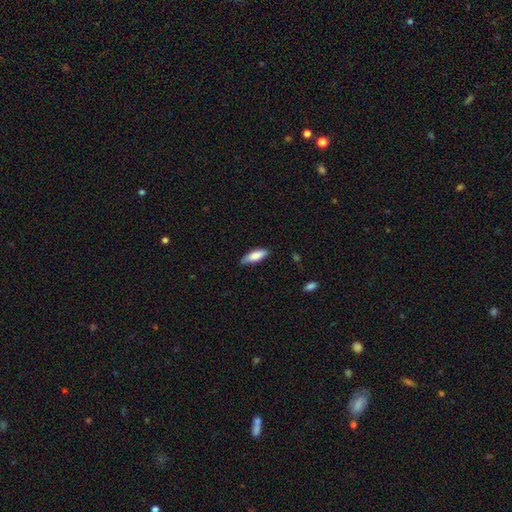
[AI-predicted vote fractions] Overall: smooth (83%). How rounded: in between (62%; cigar-shaped 36%). Merging: none (80%).